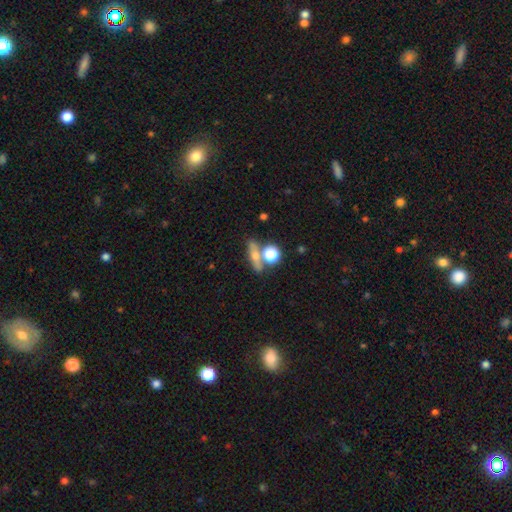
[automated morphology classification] smooth-or-featured: smooth: 51% | featured or disk: 35% | star or artifact: 15%
  how-rounded: cigar-shaped: 42% | in between: 29% | round: 29%
  merging: none: 64% | merger: 20% | minor disturbance: 11% | major disturbance: 5%